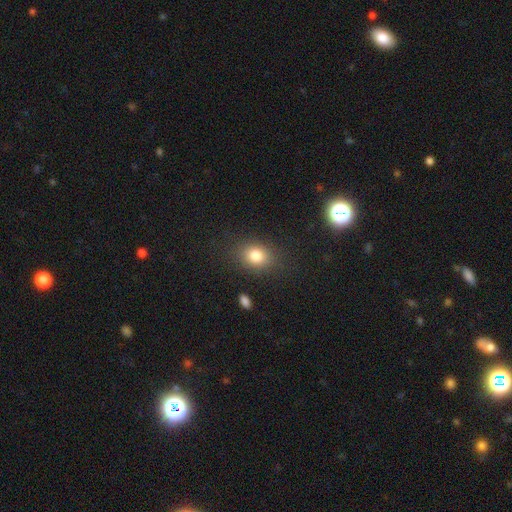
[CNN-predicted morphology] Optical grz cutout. It shows a smooth galaxy with no disk features (81%) that is in between round and cigar-shaped (54%). Merging: none (83%).